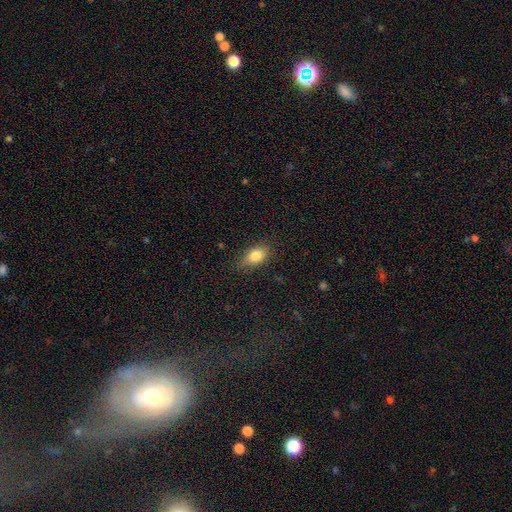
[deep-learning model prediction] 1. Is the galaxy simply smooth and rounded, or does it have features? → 82% smooth, 10% featured or disk, 9% star or artifact.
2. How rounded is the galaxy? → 84% in between, 11% round, 5% cigar-shaped.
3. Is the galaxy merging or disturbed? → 80% none, 15% minor disturbance, 3% major disturbance, 1% merger.